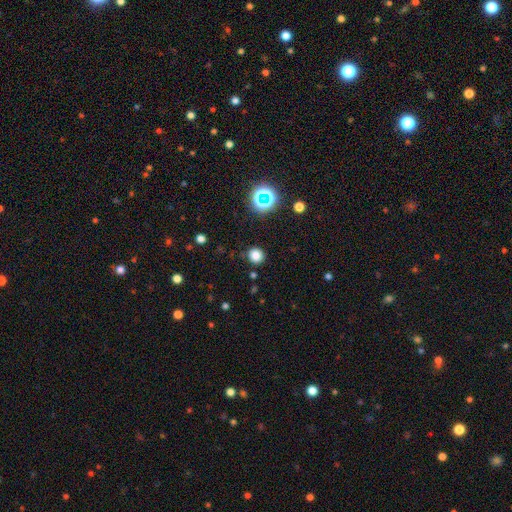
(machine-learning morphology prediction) A smooth galaxy with no disk features (78%) that is round (91%).

Vote fractions:
- Smooth or featured? smooth: 78% / star or artifact: 17% / featured or disk: 4%
- How rounded? round: 91% / in between: 8% / cigar-shaped: 1%
- Merging? none: 88% / minor disturbance: 7% / major disturbance: 3% / merger: 2%